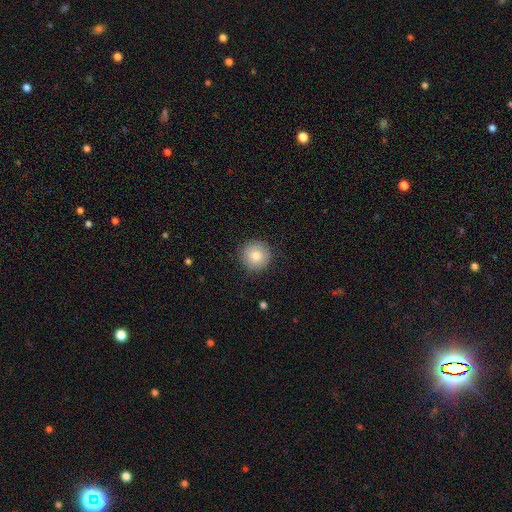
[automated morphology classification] This is clearly a smooth galaxy (84%). How rounded: clearly round (95%). Merging: clearly none (88%).